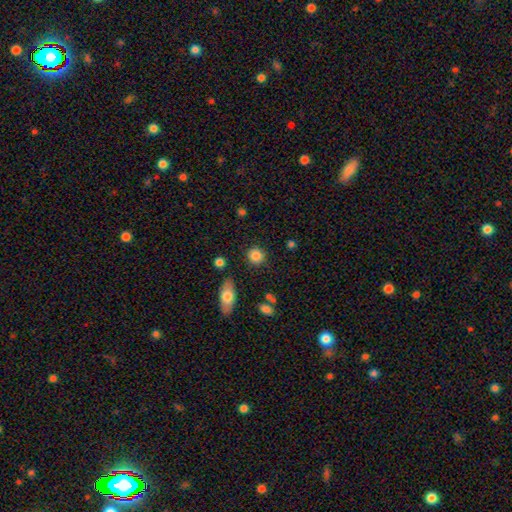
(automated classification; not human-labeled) Overall: smooth (85%). How rounded: round (88%). Merging: none (86%).